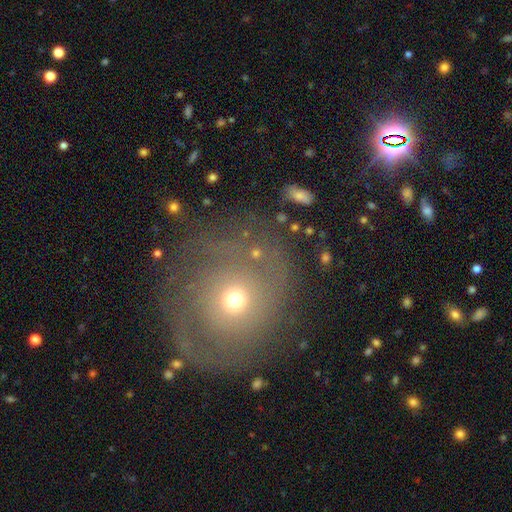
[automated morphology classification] Smooth or featured? Predicted: featured or disk (p=0.46). Merging? Predicted: none (p=0.77).